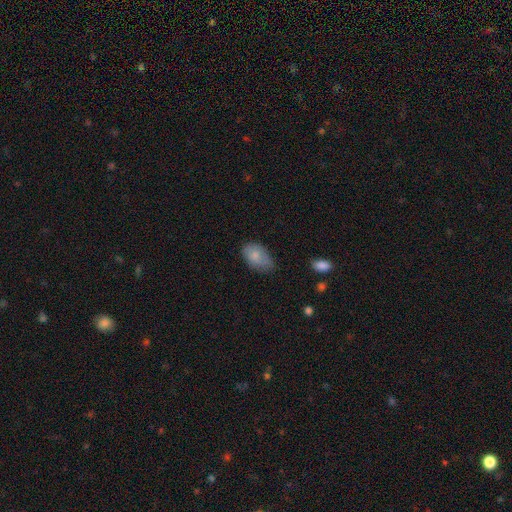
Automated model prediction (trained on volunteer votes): smooth 81%, featured or disk 12%, star or artifact 7%. Down the decision tree: how rounded — in between (91%); merging — none (55%).